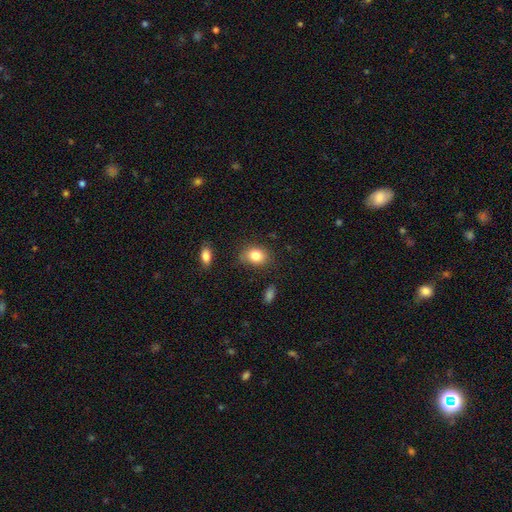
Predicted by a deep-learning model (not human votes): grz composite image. It shows a smooth galaxy with no disk features (84%) that is in between round and cigar-shaped (61%). Merging: none (76%).